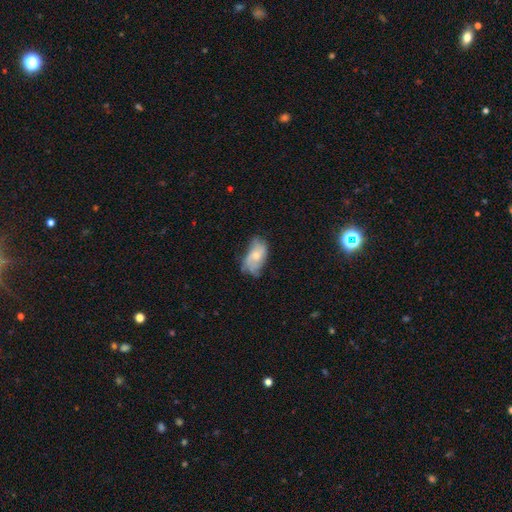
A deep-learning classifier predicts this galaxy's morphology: Smooth or featured? Predicted: smooth (p=0.47). Merging? Predicted: none (p=0.41).